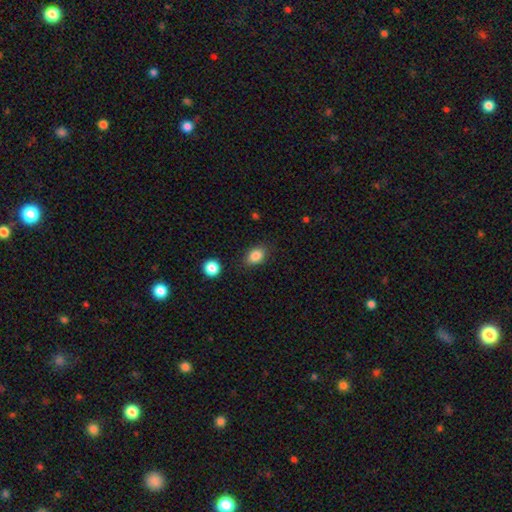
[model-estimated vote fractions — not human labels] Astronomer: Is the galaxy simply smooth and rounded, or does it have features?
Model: smooth — 86%.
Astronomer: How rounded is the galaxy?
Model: in between — 76%.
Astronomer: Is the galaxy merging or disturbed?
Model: none — 82%.